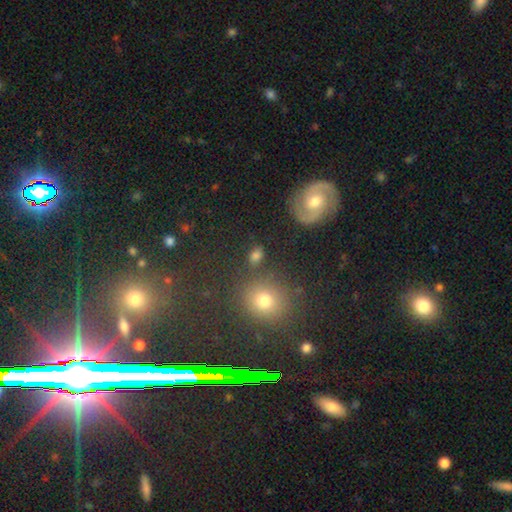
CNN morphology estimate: smooth_or_featured: smooth (p=0.70) [alt: star or artifact p=0.20]
how_rounded: in between (p=0.66) [alt: round p=0.30]
merging: none (p=0.72) [alt: minor disturbance p=0.13]